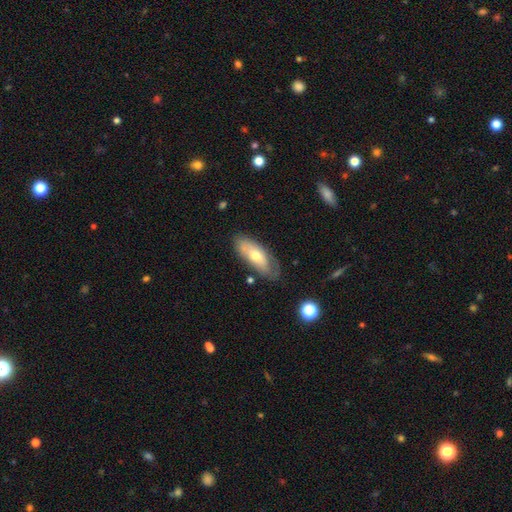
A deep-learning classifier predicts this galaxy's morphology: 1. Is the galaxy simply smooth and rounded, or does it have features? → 53% smooth, 40% featured or disk, 6% star or artifact.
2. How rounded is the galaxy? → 76% in between, 22% cigar-shaped, 2% round.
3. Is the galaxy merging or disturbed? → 66% none, 24% minor disturbance, 7% major disturbance, 3% merger.